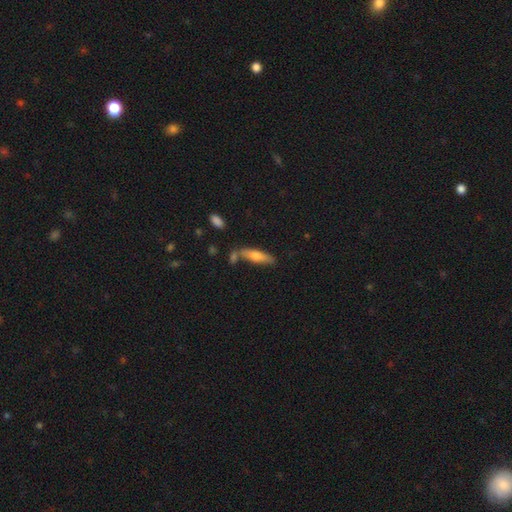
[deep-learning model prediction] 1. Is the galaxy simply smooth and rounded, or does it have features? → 63% smooth, 31% featured or disk, 6% star or artifact.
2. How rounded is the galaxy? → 70% cigar-shaped, 28% in between, 2% round.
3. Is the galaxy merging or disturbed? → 71% none, 15% minor disturbance, 12% merger, 3% major disturbance.